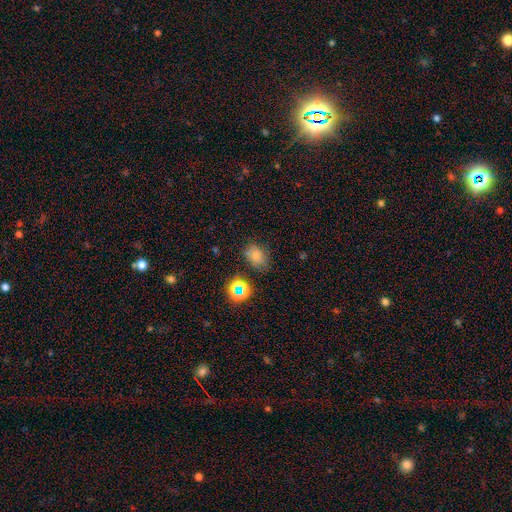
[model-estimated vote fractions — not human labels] Smooth or featured: smooth — 71% (star or artifact — 18%)
How rounded: in between — 70% (round — 28%)
Merging: none — 69% (minor disturbance — 20%)